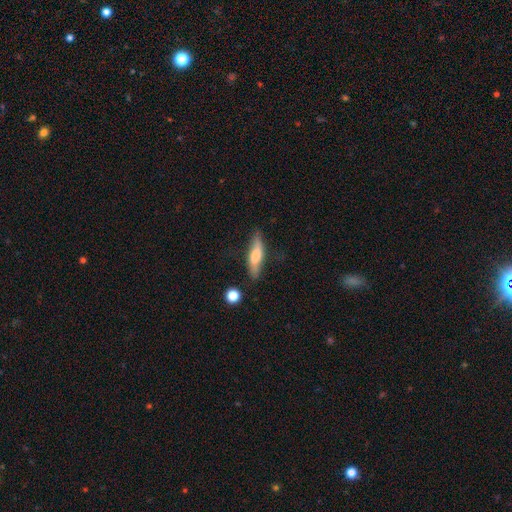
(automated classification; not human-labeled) smooth-or-featured: smooth: 56% | featured or disk: 37% | star or artifact: 7%
  how-rounded: cigar-shaped: 67% | in between: 30% | round: 3%
  merging: none: 75% | minor disturbance: 18% | major disturbance: 4% | merger: 3%